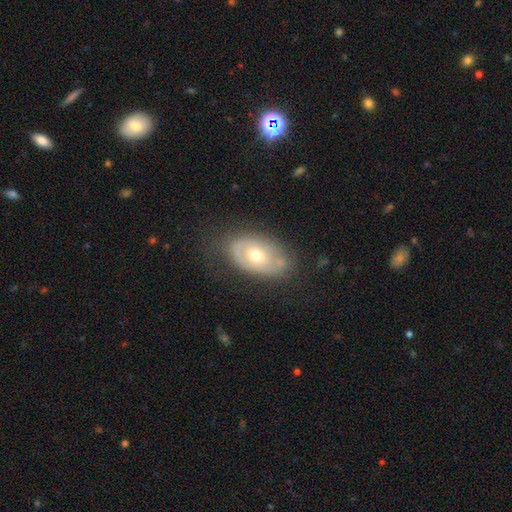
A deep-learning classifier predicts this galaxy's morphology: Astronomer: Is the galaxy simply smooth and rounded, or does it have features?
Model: featured or disk — 53% (runner-up: smooth, 40%).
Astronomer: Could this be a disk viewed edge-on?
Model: no — 91%.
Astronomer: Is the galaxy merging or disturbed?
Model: none — 64%.